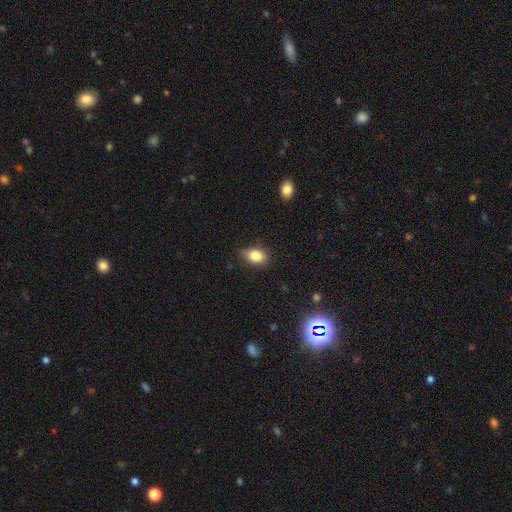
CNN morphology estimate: A smooth galaxy with no disk features (83%) that is in between round and cigar-shaped (71%). Merging: none (67%).